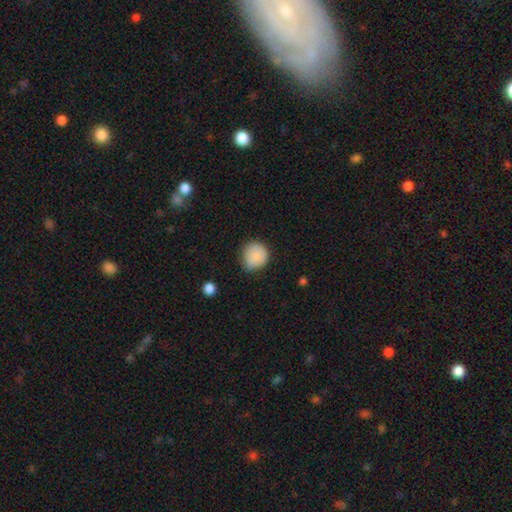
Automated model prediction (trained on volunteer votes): Smooth or featured?
  - smooth: 86% *
  - star or artifact: 8%
  - featured or disk: 5%
How rounded?
  - round: 86% *
  - in between: 13%
  - cigar-shaped: 1%
Merging?
  - none: 67% *
  - minor disturbance: 27%
  - major disturbance: 5%
  - merger: 2%